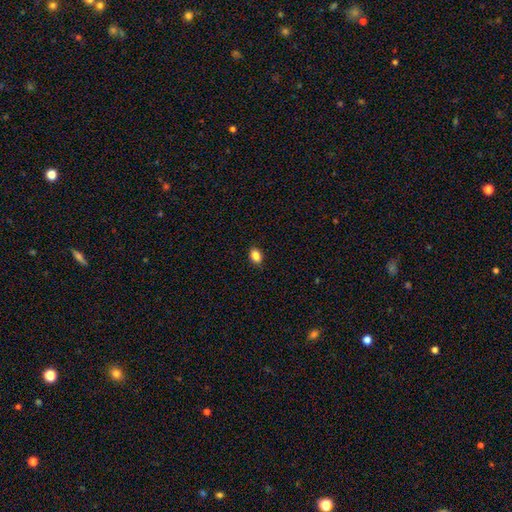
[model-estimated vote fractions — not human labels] Smooth or featured: smooth — 87% (star or artifact — 9%)
How rounded: in between — 77% (round — 21%)
Merging: none — 88% (minor disturbance — 9%)